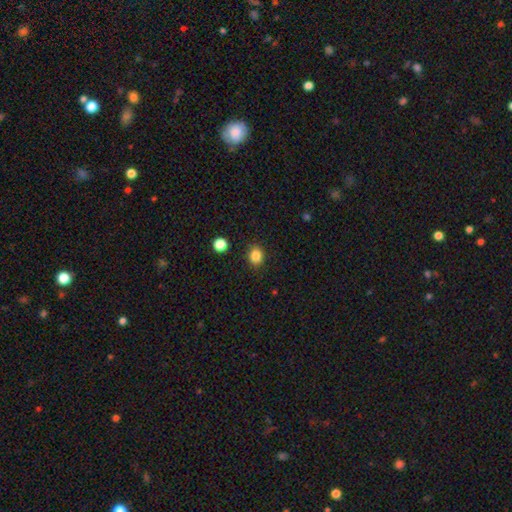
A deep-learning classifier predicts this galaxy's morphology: A smooth galaxy with no disk features (85%) that is round (71%). Merging: none (89%).